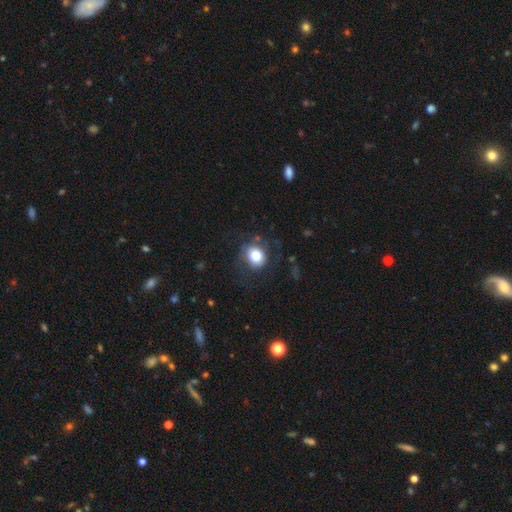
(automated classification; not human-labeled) A smooth galaxy with no disk features (76%) that is round (68%). Merging: none (69%).